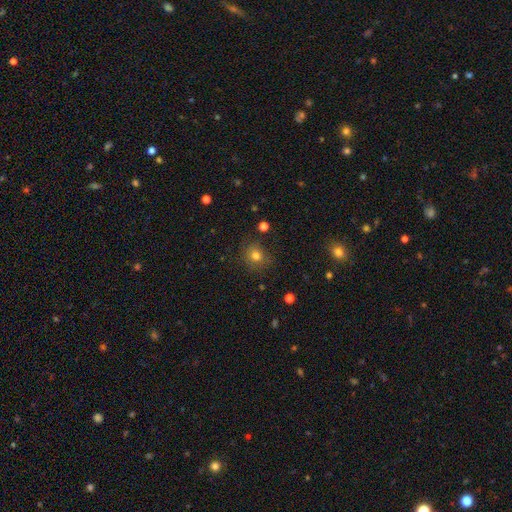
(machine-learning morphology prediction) Smooth or featured: smooth — 77% (star or artifact — 16%)
How rounded: round — 77% (in between — 22%)
Merging: none — 81% (minor disturbance — 13%)